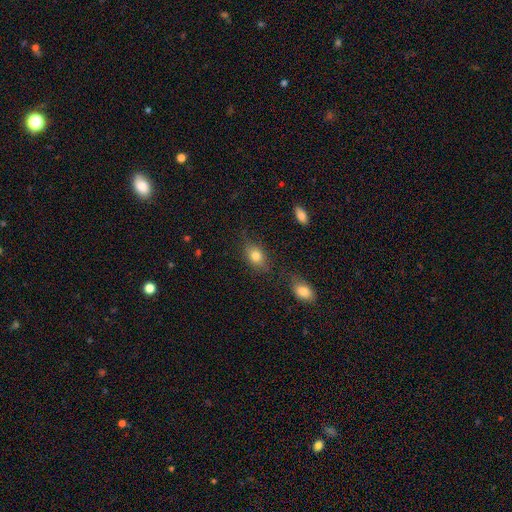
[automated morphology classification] smooth 80%, featured or disk 11%, star or artifact 9%. Down the decision tree: how rounded — in between (75%); merging — none (70%).